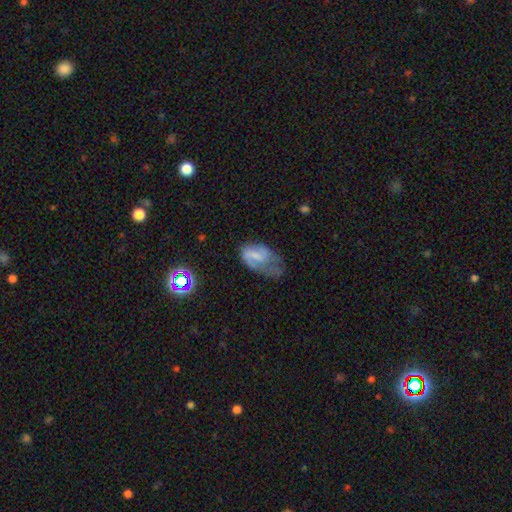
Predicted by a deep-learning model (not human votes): Smooth or featured? Predicted: featured or disk (p=0.46). Merging? Predicted: major disturbance (p=0.39).